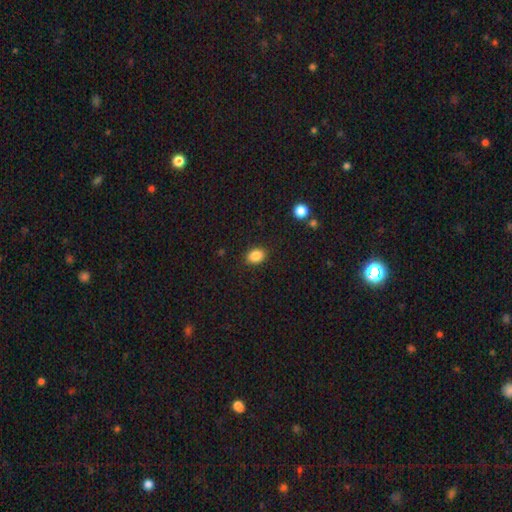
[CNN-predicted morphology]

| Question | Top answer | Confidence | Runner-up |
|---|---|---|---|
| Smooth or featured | smooth | 86% | star or artifact (9%) |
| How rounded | in between | 75% | round (24%) |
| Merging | none | 88% | minor disturbance (8%) |